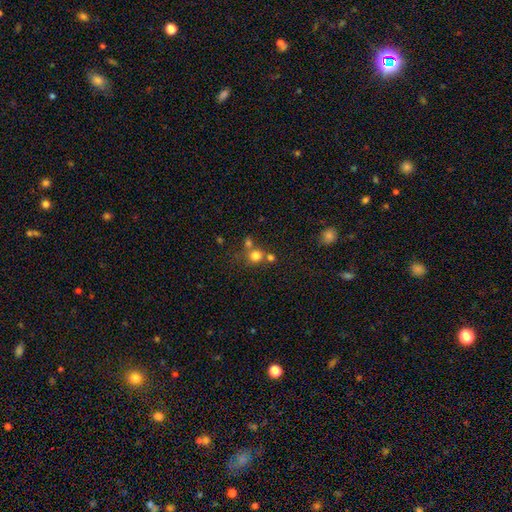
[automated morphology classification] A smooth galaxy with no disk features (75%) that is round (84%).

Vote fractions:
- Smooth or featured? smooth: 75% / star or artifact: 15% / featured or disk: 9%
- How rounded? round: 84% / in between: 15% / cigar-shaped: 1%
- Merging? none: 52% / merger: 34% / minor disturbance: 9% / major disturbance: 5%